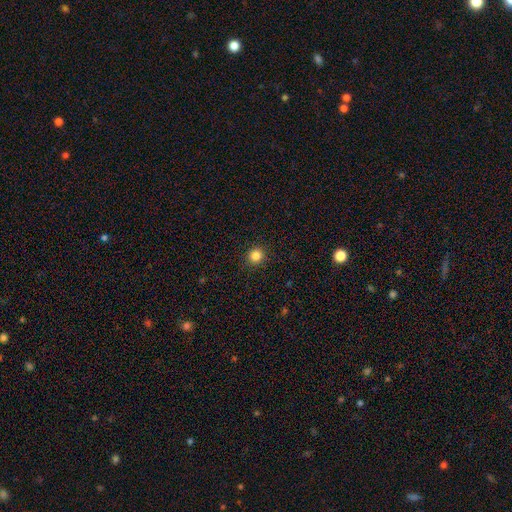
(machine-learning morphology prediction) This is clearly a smooth galaxy (84%). How rounded: clearly round (91%). Merging: clearly none (92%).